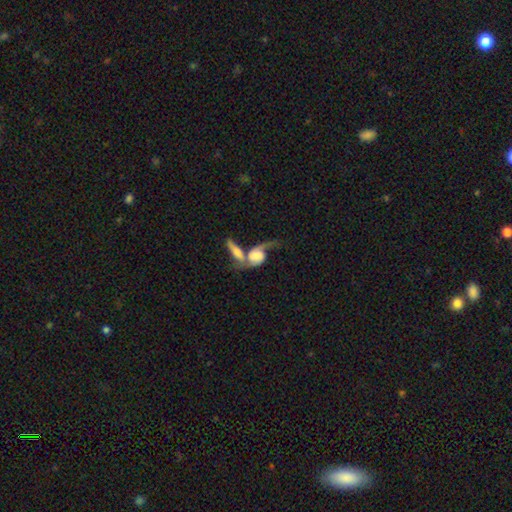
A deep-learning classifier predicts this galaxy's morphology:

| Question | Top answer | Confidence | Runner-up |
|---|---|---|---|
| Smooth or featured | featured or disk | 58% | smooth (34%) |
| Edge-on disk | no | 91% | yes (9%) |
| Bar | no | 67% | weak (25%) |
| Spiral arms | yes | 83% | no (17%) |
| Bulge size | none | 28% | large (27%) |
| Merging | merger | 68% | none (13%) |